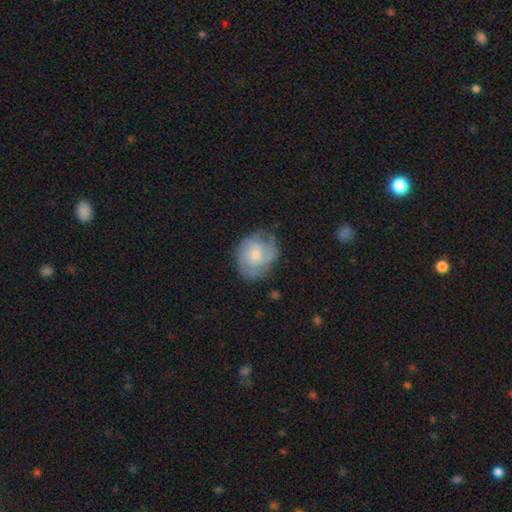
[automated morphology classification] This appears to be a featured or disk galaxy (54%) with no bar (78%), spiral arms (80%) and a small central bulge (49%). Merging: none (63%).